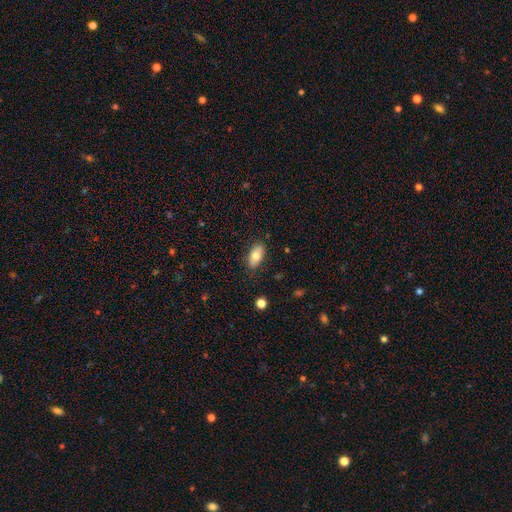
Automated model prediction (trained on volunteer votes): Smooth or featured?
  - smooth: 77% *
  - featured or disk: 16%
  - star or artifact: 7%
How rounded?
  - in between: 92% *
  - cigar-shaped: 5%
  - round: 3%
Merging?
  - none: 84% *
  - minor disturbance: 12%
  - major disturbance: 3%
  - merger: 1%